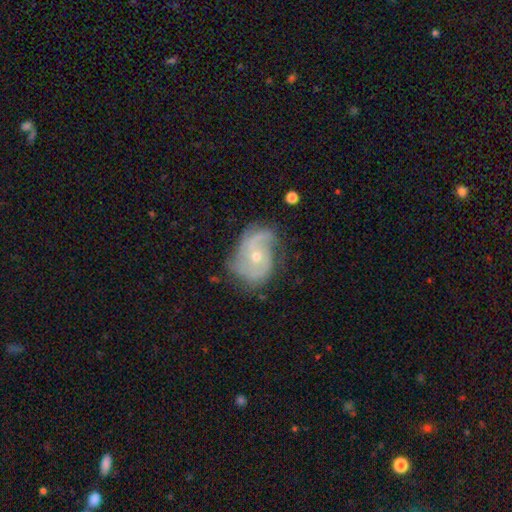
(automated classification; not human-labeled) A featured or disk galaxy (81%) with no bar (73%), 2 (50%) medium (42%) spiral arms (92%) and a small central bulge (60%). Merging: none (57%).